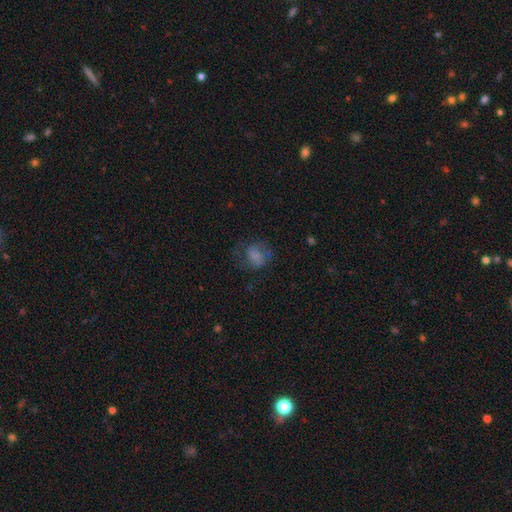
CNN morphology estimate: This appears to be a smooth galaxy with no disk features (57%) that is round (63%). Merging: none (55%).